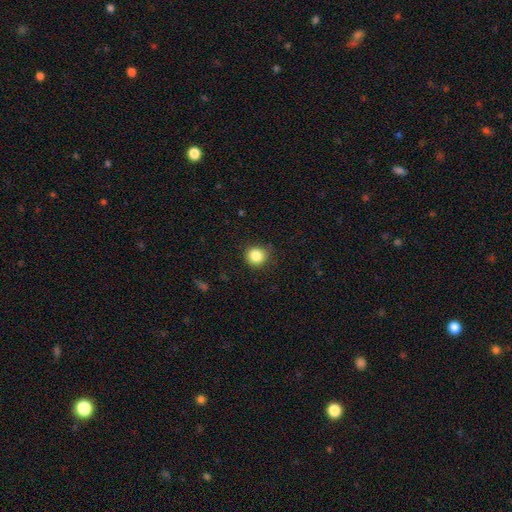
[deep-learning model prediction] Q: Smooth or featured?
A: smooth (85%); runner-up: star or artifact (10%)
Q: How rounded?
A: round (90%); runner-up: in between (9%)
Q: Merging?
A: none (86%); runner-up: minor disturbance (11%)